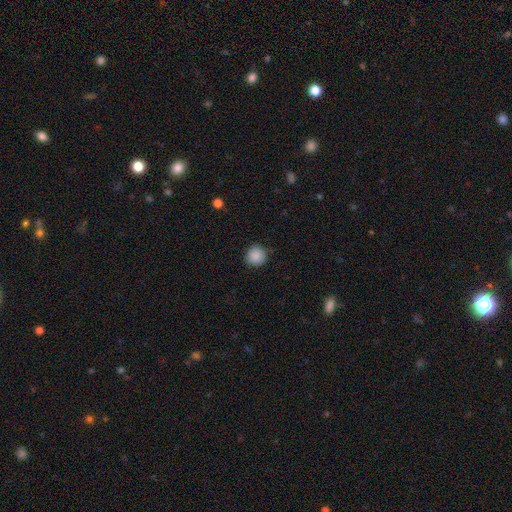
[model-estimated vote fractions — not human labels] This appears to be a smooth galaxy with no disk features (88%) that is round (93%). Merging: none (87%).